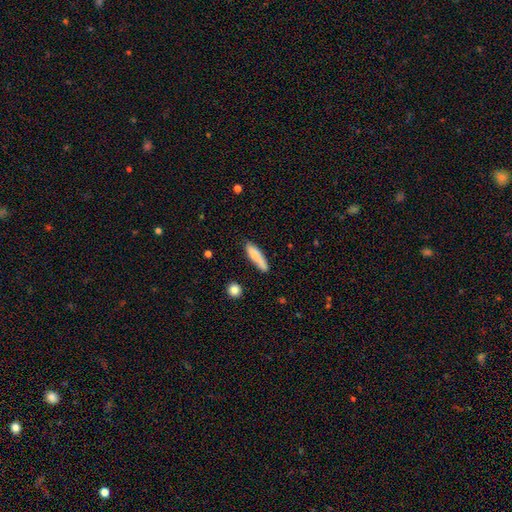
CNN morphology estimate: A smooth galaxy with no disk features (78%) that is cigar-shaped (71%). Merging: none (69%).